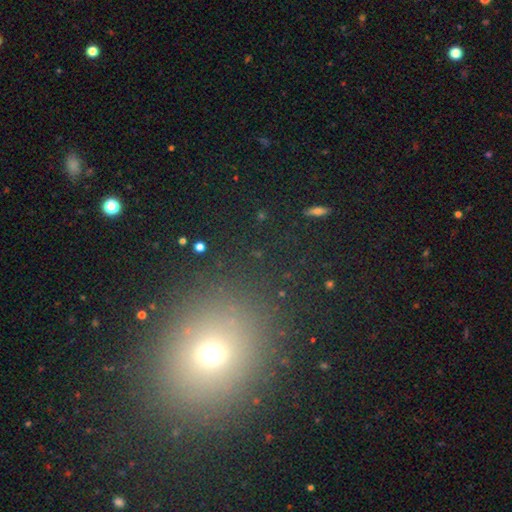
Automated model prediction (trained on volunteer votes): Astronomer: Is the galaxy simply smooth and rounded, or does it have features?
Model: smooth — 58%.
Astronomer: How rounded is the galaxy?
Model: round — 67%.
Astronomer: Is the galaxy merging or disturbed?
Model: none — 87%.